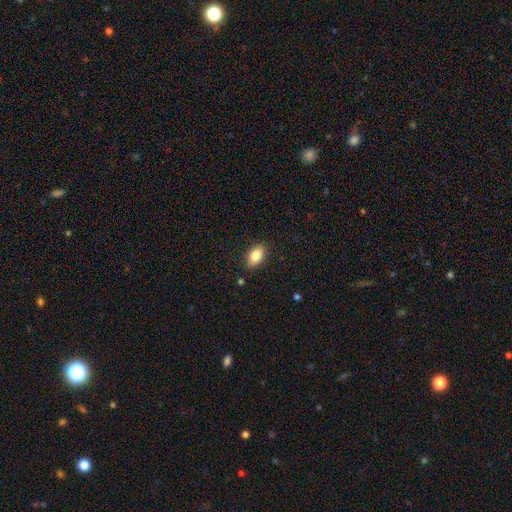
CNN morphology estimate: Smooth or featured: smooth — 84% (featured or disk — 9%)
How rounded: in between — 90% (round — 8%)
Merging: none — 87% (minor disturbance — 10%)